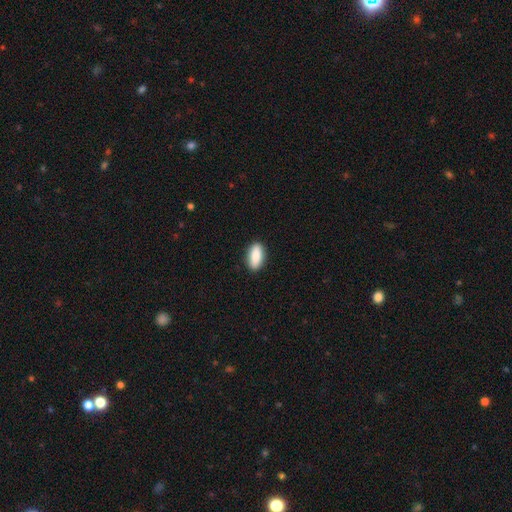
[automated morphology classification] smooth-or-featured: smooth: 87% | featured or disk: 7% | star or artifact: 6%
  how-rounded: in between: 84% | cigar-shaped: 13% | round: 3%
  merging: none: 89% | minor disturbance: 8% | major disturbance: 2% | merger: 1%